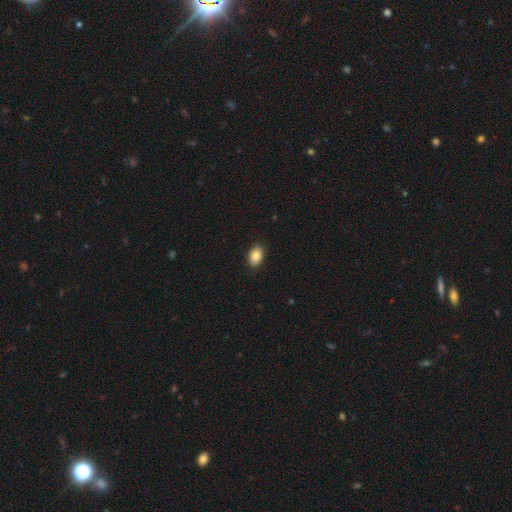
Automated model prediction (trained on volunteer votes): Smooth or featured?
  - smooth: 86% *
  - star or artifact: 8%
  - featured or disk: 6%
How rounded?
  - in between: 84% *
  - round: 14%
  - cigar-shaped: 1%
Merging?
  - none: 90% *
  - minor disturbance: 7%
  - major disturbance: 2%
  - merger: 1%